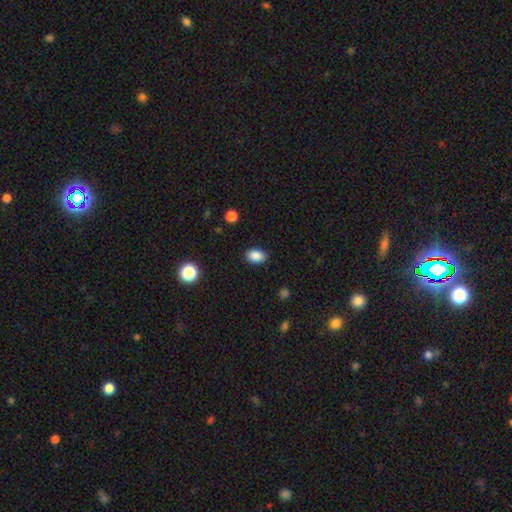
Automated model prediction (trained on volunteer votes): Q: Smooth or featured?
A: smooth (88%); runner-up: star or artifact (9%)
Q: How rounded?
A: in between (84%); runner-up: round (15%)
Q: Merging?
A: none (87%); runner-up: minor disturbance (10%)